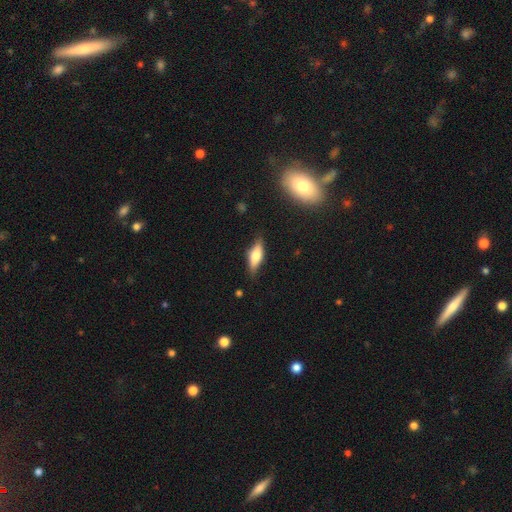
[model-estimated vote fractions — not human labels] A smooth galaxy with no disk features (52%) that is in between round and cigar-shaped (61%). Merging: none (79%).